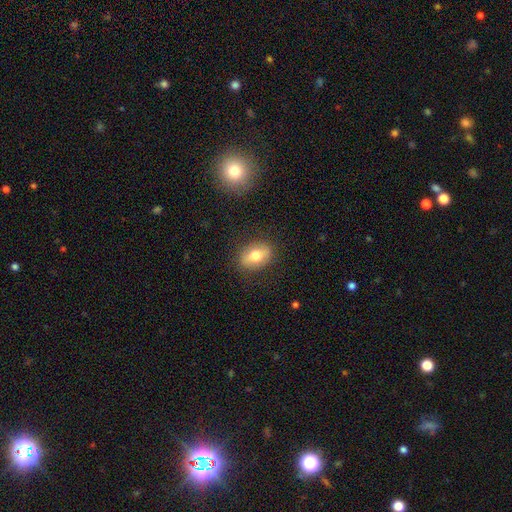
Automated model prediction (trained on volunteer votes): Morphology: type=smooth (67%); roundness=in between (79%); merging=none (83%).